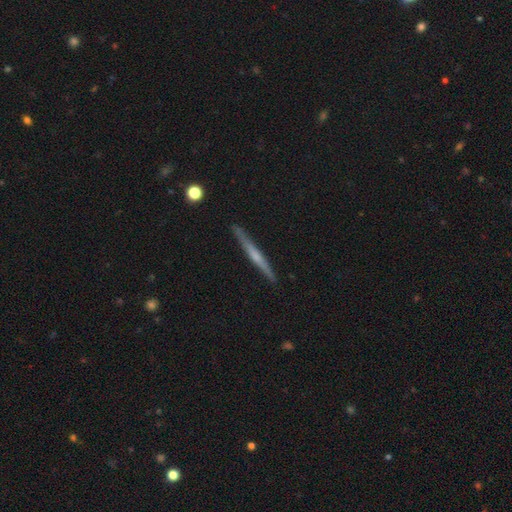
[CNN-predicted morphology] Smooth or featured? featured or disk (63%)
Edge-on disk? yes (98%)
Edge-on bulge? none (45%)
Merging? none (90%)